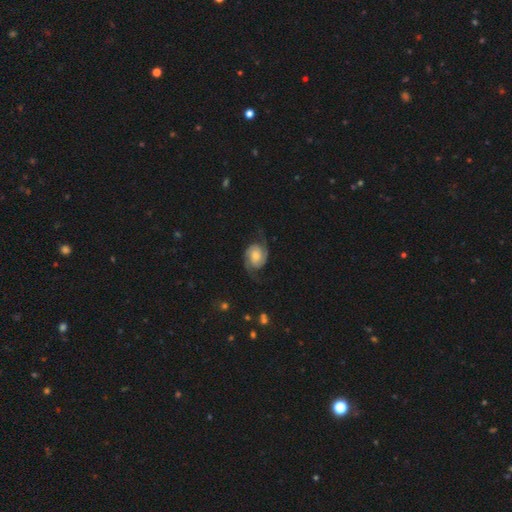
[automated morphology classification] This appears to be a featured or disk galaxy (84%) with no bar (68%), 2 (93%) medium (45%) spiral arms (97%) and a moderate central bulge (47%). Merging: none (75%).